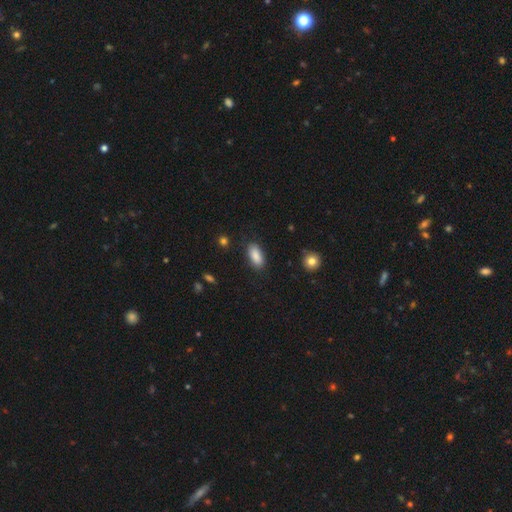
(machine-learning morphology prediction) A smooth galaxy with no disk features (87%) that is in between round and cigar-shaped (90%).

Vote fractions:
- Smooth or featured? smooth: 87% / star or artifact: 7% / featured or disk: 6%
- How rounded? in between: 90% / cigar-shaped: 8% / round: 2%
- Merging? none: 83% / minor disturbance: 12% / major disturbance: 3% / merger: 1%